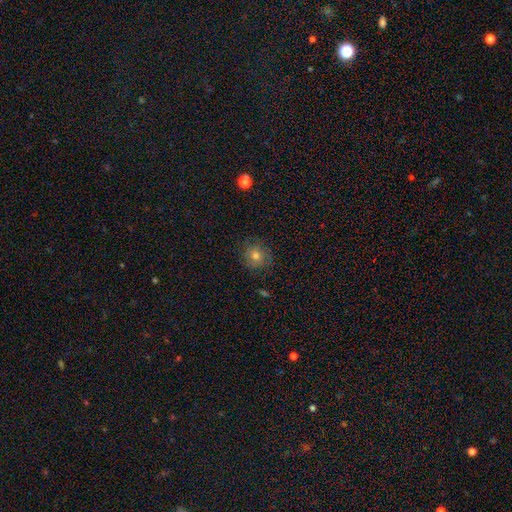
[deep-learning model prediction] A smooth galaxy with no disk features (64%) that is round (89%).

Vote fractions:
- Smooth or featured? smooth: 64% / featured or disk: 20% / star or artifact: 16%
- How rounded? round: 89% / in between: 10% / cigar-shaped: 1%
- Merging? none: 84% / minor disturbance: 12% / major disturbance: 4% / merger: 1%